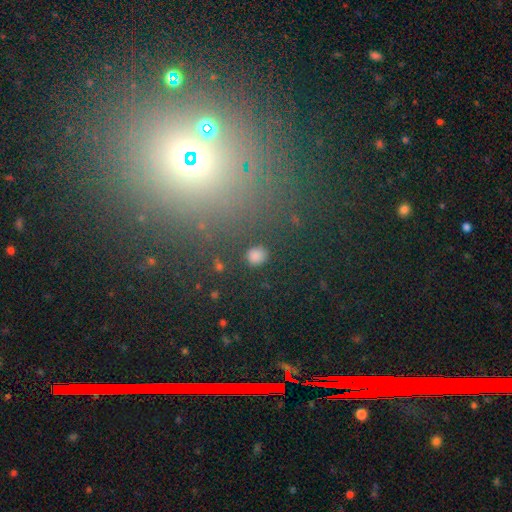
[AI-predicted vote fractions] Overall: smooth (81%). How rounded: round (81%). Merging: none (86%).